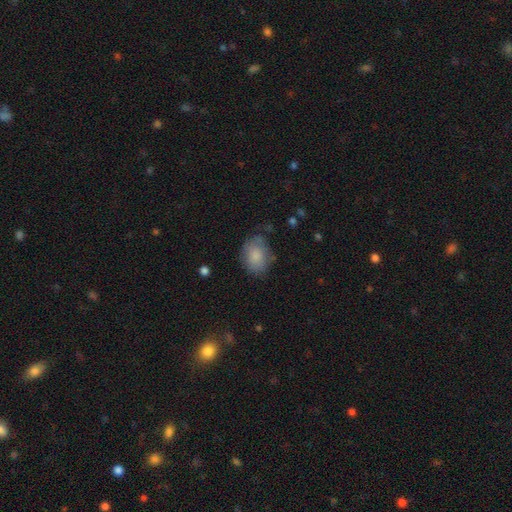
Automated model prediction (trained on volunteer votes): The model was most divided on "how rounded": in between: 68%, round: 31%, cigar-shaped: 1%. More confident: smooth or featured — smooth (83%); merging — none (67%).